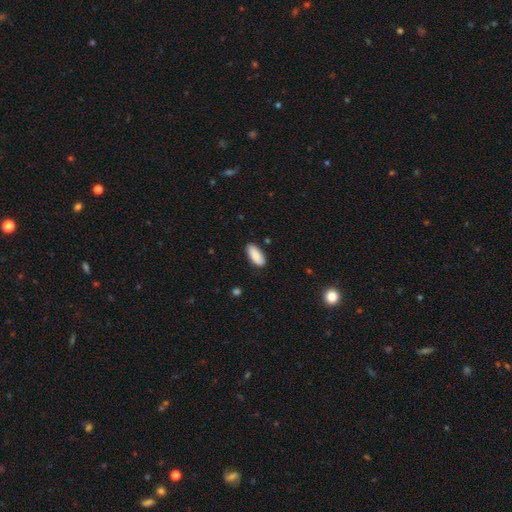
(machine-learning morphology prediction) Smooth or featured?
  - smooth: 86% *
  - featured or disk: 8%
  - star or artifact: 6%
How rounded?
  - in between: 89% *
  - cigar-shaped: 9%
  - round: 2%
Merging?
  - none: 84% *
  - minor disturbance: 13%
  - major disturbance: 2%
  - merger: 1%